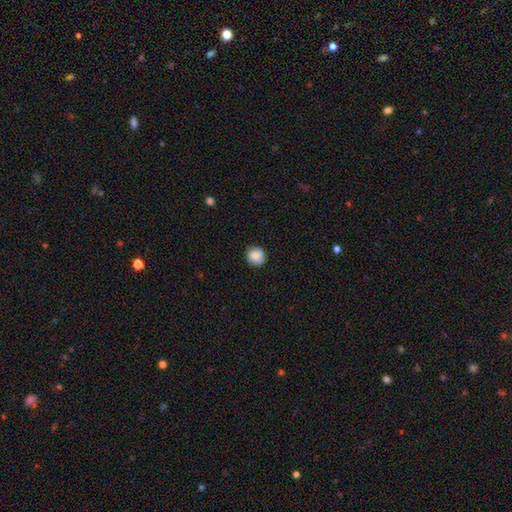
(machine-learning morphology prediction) type=smooth (87%); roundness=round (84%); merging=none (88%).